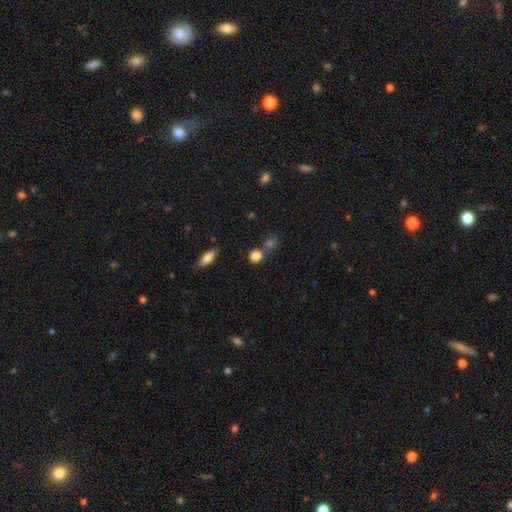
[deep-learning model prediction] smooth 82%, star or artifact 12%, featured or disk 6%. Down the decision tree: how rounded — round (77%); merging — none (59%).